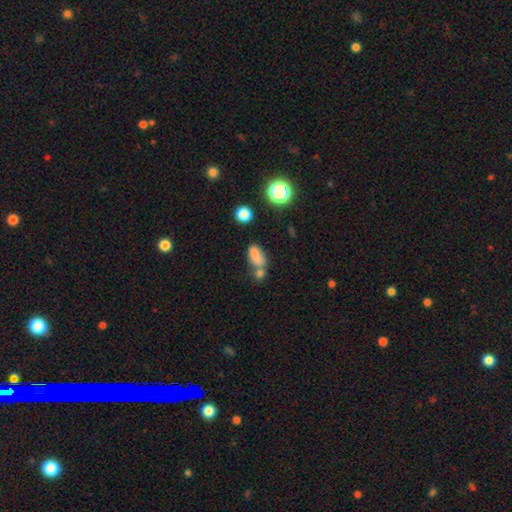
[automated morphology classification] smooth-or-featured: smooth: 76% | star or artifact: 14% | featured or disk: 10%
  how-rounded: in between: 83% | cigar-shaped: 9% | round: 8%
  merging: merger: 38% | none: 37% | minor disturbance: 16% | major disturbance: 8%